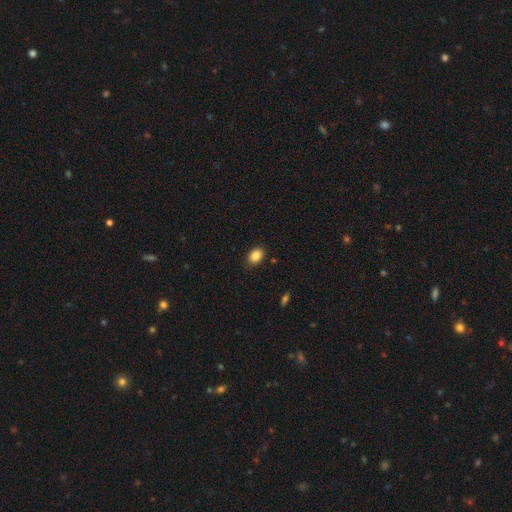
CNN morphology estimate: Smooth or featured: smooth — 87% (star or artifact — 9%)
How rounded: in between — 75% (round — 23%)
Merging: none — 84% (minor disturbance — 13%)